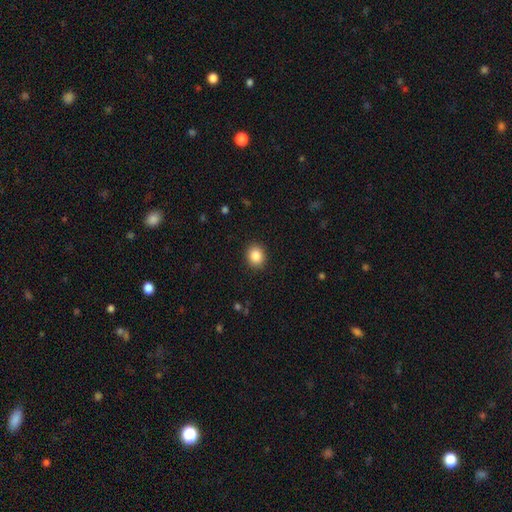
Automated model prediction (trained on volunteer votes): Q: Smooth or featured?
A: smooth (87%); runner-up: star or artifact (9%)
Q: How rounded?
A: round (73%); runner-up: in between (27%)
Q: Merging?
A: none (91%); runner-up: minor disturbance (6%)